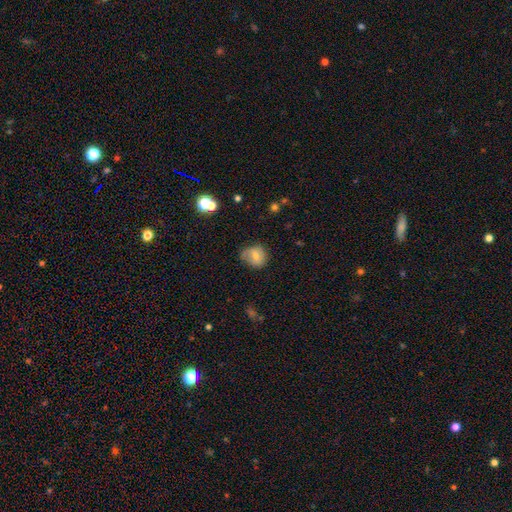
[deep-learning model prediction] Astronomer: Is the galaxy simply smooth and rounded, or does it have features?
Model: smooth — 65%.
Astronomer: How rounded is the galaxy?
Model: round — 62% (runner-up: in between, 37%).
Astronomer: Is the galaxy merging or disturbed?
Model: none — 51% (runner-up: minor disturbance, 33%).